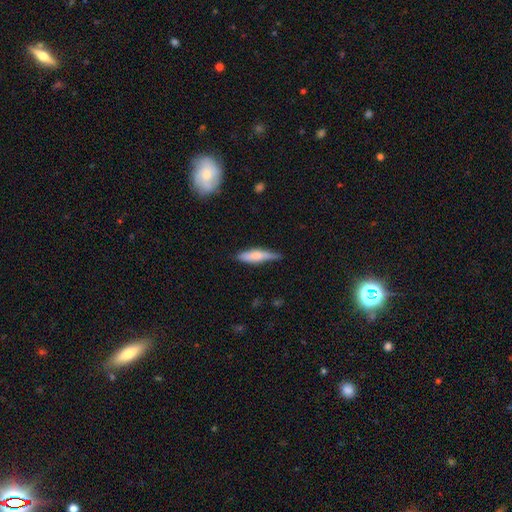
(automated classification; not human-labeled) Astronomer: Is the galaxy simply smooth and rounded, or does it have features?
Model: smooth — 65%.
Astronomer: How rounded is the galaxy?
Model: cigar-shaped — 73%.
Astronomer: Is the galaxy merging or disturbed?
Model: none — 65%.